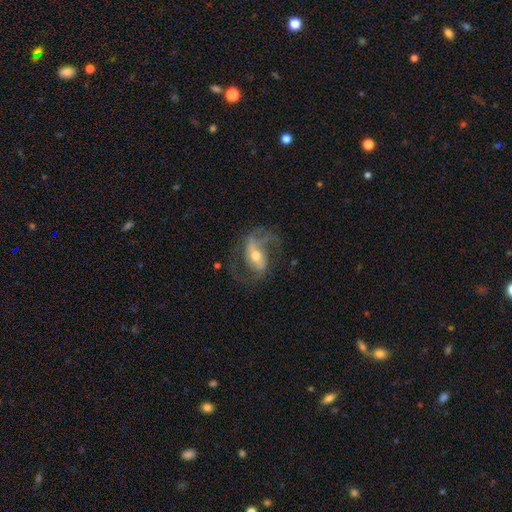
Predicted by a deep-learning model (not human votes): smooth_or_featured: featured or disk (p=0.86) [alt: smooth p=0.08]
disk_edge_on: no (p=0.95) [alt: yes p=0.05]
bar: strong (p=0.44) [alt: weak p=0.35]
has_spiral_arms: yes (p=0.94) [alt: no p=0.06]
spiral_winding: medium (p=0.47) [alt: loose p=0.38]
spiral_arm_count: 2 (p=0.88) [alt: can't tell p=0.04]
bulge_size: moderate (p=0.56) [alt: small p=0.38]
merging: none (p=0.68) [alt: minor disturbance p=0.15]